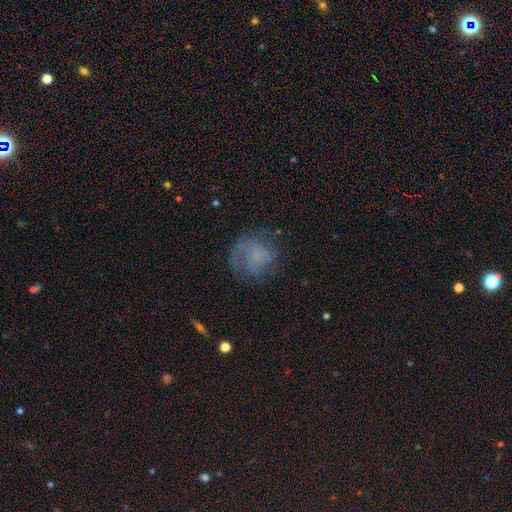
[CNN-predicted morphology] Smooth or featured? Predicted: featured or disk (p=0.46). Merging? Predicted: none (p=0.57).